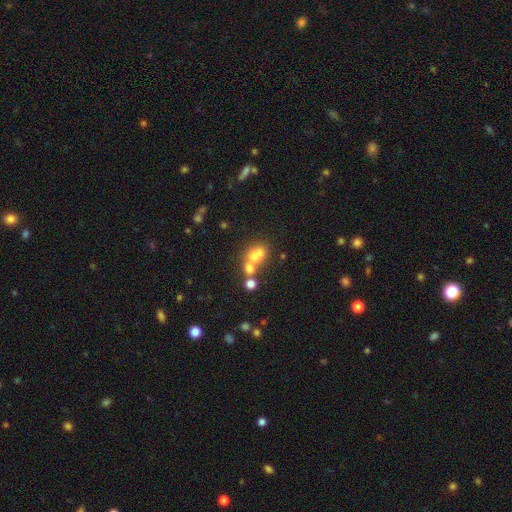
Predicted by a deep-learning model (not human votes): The model was most divided on "how rounded": round: 56%, in between: 42%, cigar-shaped: 2%. More confident: smooth or featured — smooth (59%); merging — merger (58%).